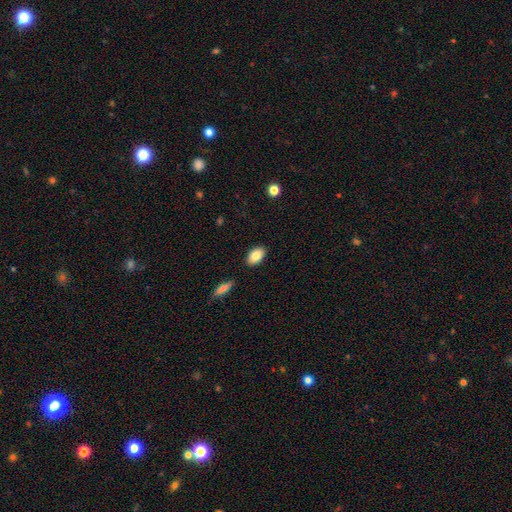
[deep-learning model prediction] A smooth galaxy with no disk features (84%) that is in between round and cigar-shaped (92%). Merging: none (88%).